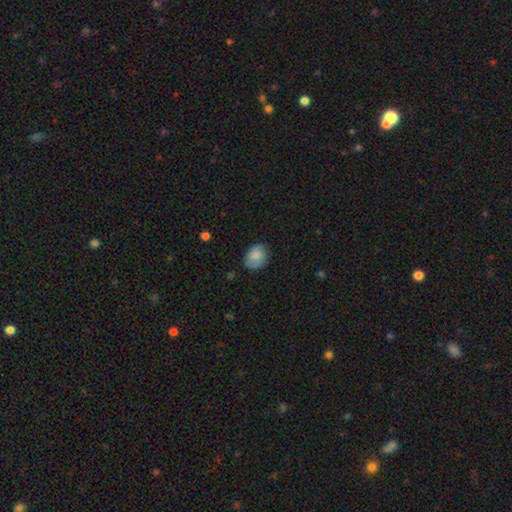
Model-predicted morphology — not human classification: smooth-or-featured: smooth: 77% | featured or disk: 15% | star or artifact: 8%
  how-rounded: in between: 58% | round: 41% | cigar-shaped: 1%
  merging: none: 71% | minor disturbance: 23% | major disturbance: 5% | merger: 1%